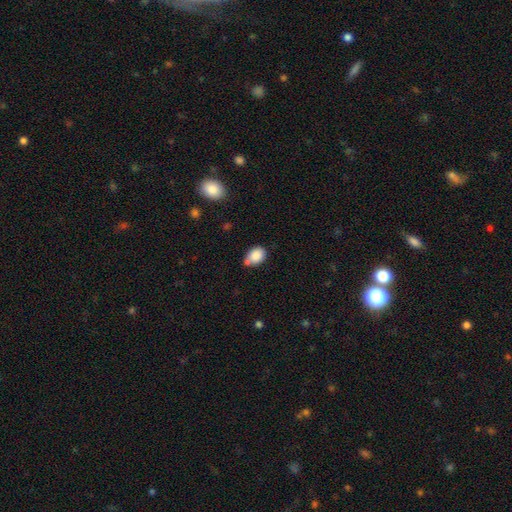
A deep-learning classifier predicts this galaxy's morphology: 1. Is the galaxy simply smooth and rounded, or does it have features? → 86% smooth, 8% star or artifact, 6% featured or disk.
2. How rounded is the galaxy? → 72% in between, 26% round, 1% cigar-shaped.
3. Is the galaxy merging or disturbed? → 52% none, 27% minor disturbance, 16% merger, 6% major disturbance.